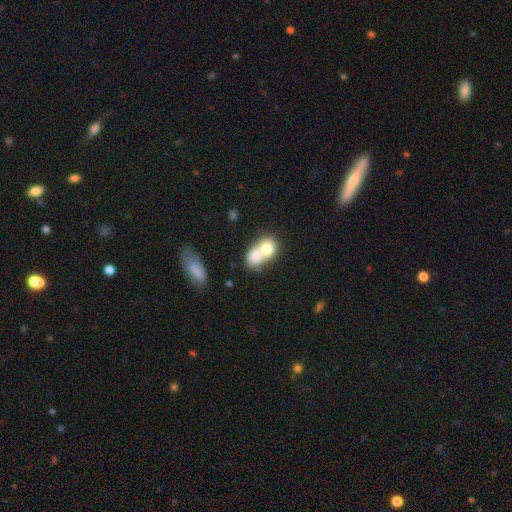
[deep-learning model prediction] Smooth or featured? Predicted: smooth (p=0.73). How rounded? Predicted: in between (p=0.55). Merging? Predicted: merger (p=0.74).